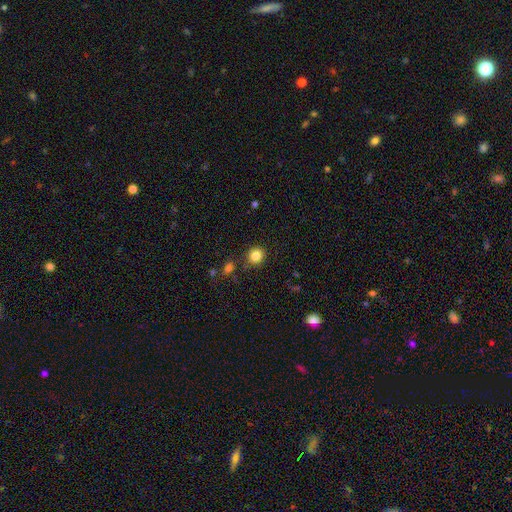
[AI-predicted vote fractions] A smooth galaxy with no disk features (84%) that is round (87%). Merging: none (86%).